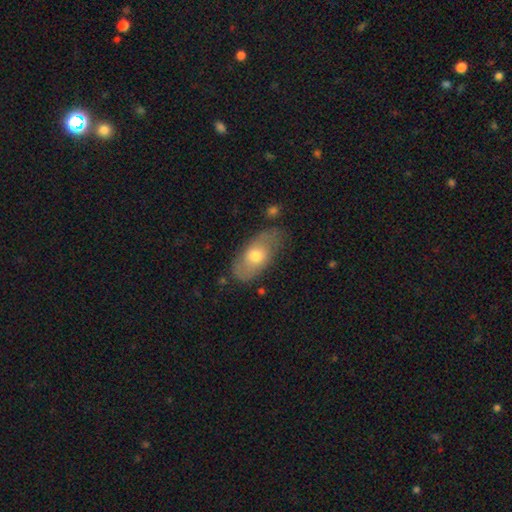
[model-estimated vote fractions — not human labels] This is possibly a smooth galaxy (57%). How rounded: clearly in between (89%). Merging: likely none (67%).